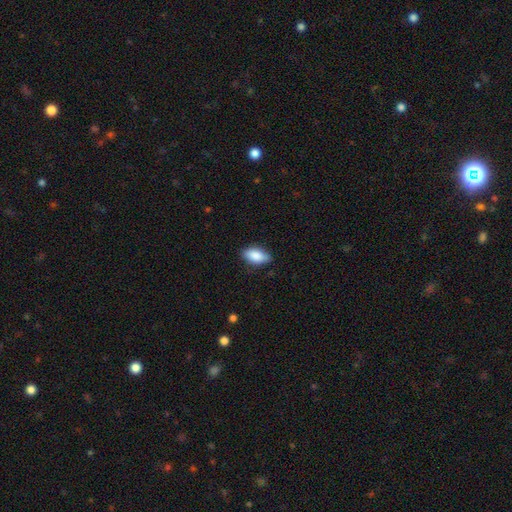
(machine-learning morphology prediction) A smooth galaxy with no disk features (87%) that is in between round and cigar-shaped (91%).

Vote fractions:
- Smooth or featured? smooth: 87% / featured or disk: 7% / star or artifact: 6%
- How rounded? in between: 91% / cigar-shaped: 5% / round: 3%
- Merging? none: 83% / minor disturbance: 13% / major disturbance: 2% / merger: 1%